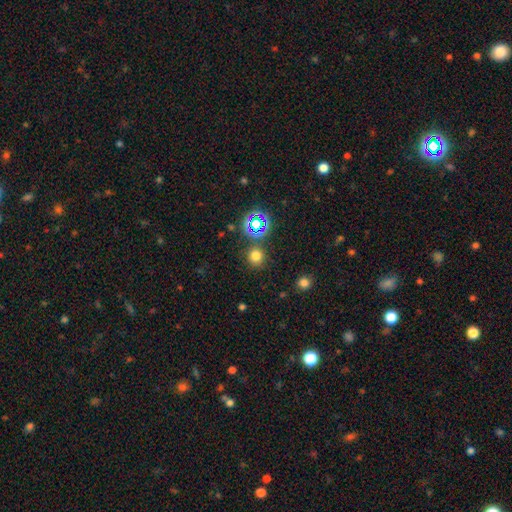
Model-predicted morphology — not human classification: smooth-or-featured: smooth: 70% | star or artifact: 24% | featured or disk: 5%
  how-rounded: round: 90% | in between: 9% | cigar-shaped: 1%
  merging: none: 84% | minor disturbance: 8% | merger: 5% | major disturbance: 3%